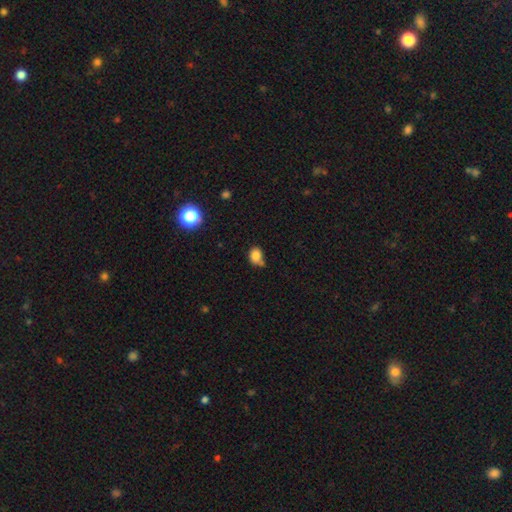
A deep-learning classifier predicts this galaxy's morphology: A smooth galaxy with no disk features (82%) that is in between round and cigar-shaped (53%). Merging: none (50%).